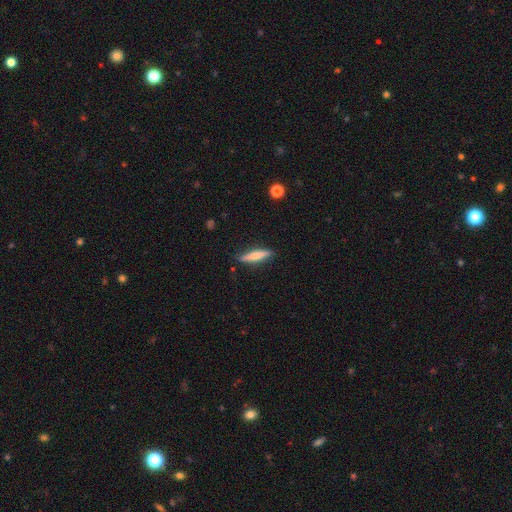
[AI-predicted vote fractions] Morphology: type=smooth (63%); roundness=cigar-shaped (84%); merging=none (87%).